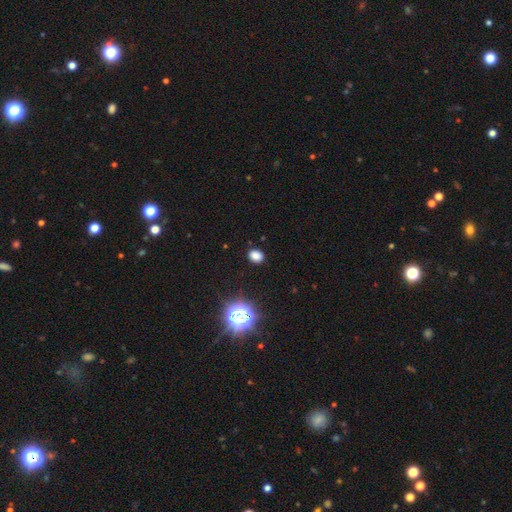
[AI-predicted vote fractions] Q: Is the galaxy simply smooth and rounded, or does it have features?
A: smooth — 77%.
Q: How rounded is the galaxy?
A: in between — 57%.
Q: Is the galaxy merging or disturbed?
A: none — 88%.